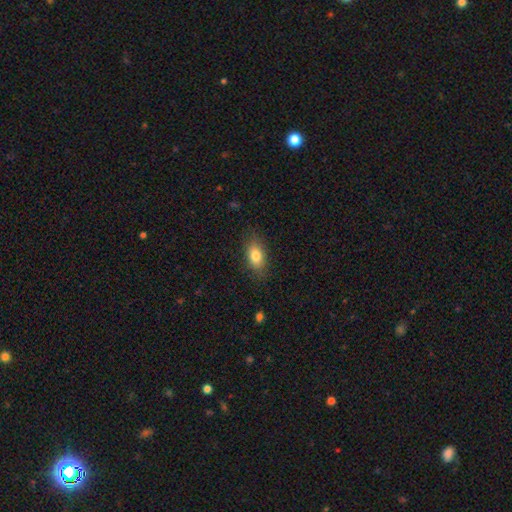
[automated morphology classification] Smooth or featured: smooth — 81% (featured or disk — 11%)
How rounded: in between — 85% (cigar-shaped — 8%)
Merging: none — 83% (minor disturbance — 13%)